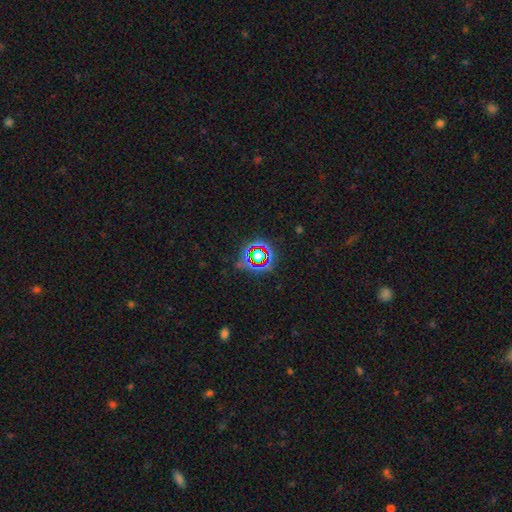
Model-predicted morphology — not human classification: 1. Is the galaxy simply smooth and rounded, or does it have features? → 69% star or artifact, 20% smooth, 11% featured or disk.